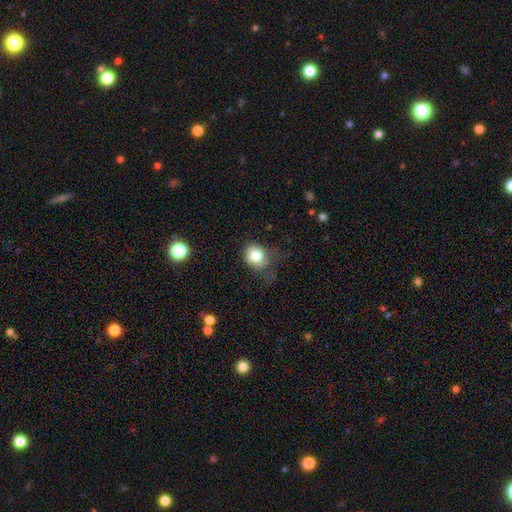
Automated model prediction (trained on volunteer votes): This appears to be a smooth galaxy with no disk features (80%) that is round (63%). Merging: none (42%).